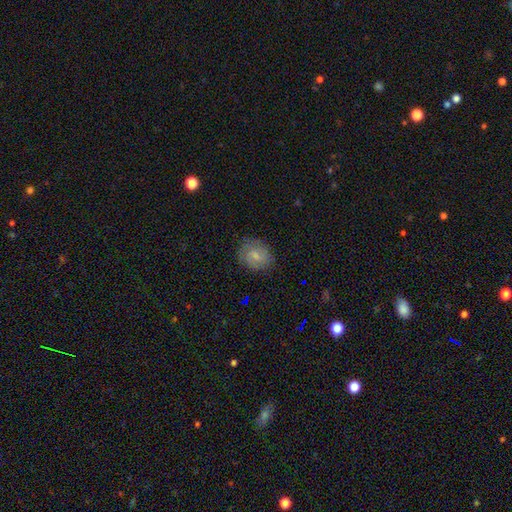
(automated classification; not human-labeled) Smooth or featured? smooth (60%)
How rounded? round (56%)
Merging? none (77%)